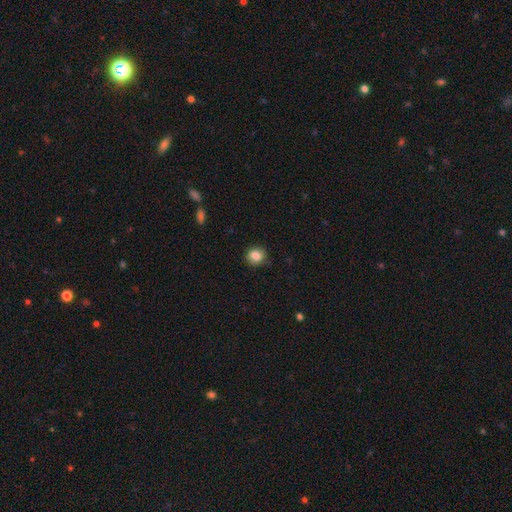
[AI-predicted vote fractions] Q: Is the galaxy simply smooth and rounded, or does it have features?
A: smooth — 85%.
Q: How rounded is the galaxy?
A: round — 82%.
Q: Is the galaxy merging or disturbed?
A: none — 87%.